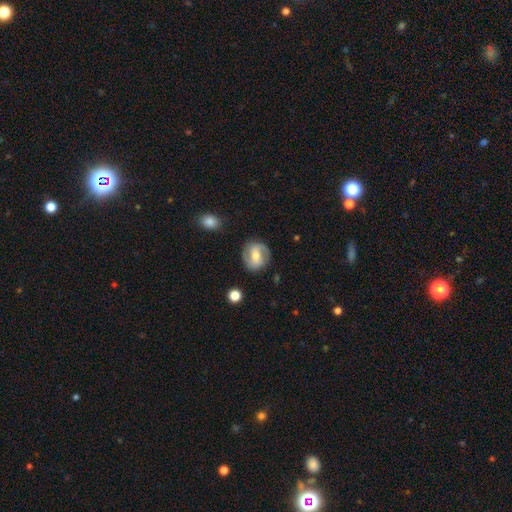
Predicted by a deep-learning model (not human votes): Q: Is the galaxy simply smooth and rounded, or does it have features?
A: featured or disk — 64%.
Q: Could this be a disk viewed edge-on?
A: no — 96%.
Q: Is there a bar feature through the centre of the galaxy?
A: weak — 40%.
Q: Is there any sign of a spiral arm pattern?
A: yes — 82%.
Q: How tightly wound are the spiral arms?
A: medium — 45%.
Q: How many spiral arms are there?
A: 2 — 86%.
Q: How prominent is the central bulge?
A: moderate — 61%.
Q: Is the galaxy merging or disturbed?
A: none — 82%.